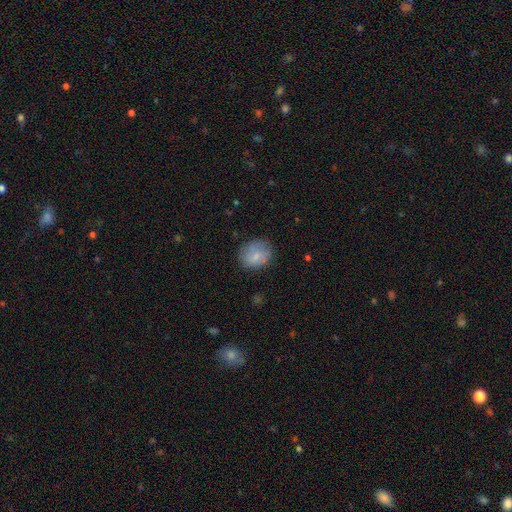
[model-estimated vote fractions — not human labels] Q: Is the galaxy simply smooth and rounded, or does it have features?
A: smooth — 76%.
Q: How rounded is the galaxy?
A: round — 60%.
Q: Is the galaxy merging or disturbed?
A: none — 73%.